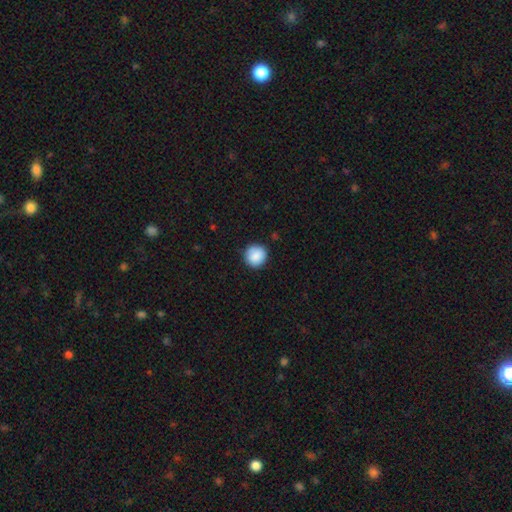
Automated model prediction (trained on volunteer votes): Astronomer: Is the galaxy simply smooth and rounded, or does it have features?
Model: smooth — 88%.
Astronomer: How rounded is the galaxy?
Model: round — 92%.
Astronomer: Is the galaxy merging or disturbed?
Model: none — 86%.